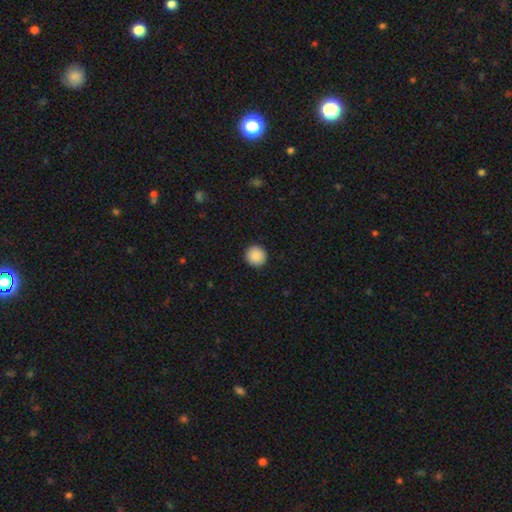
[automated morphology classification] type=smooth (90%); roundness=round (94%); merging=none (93%).